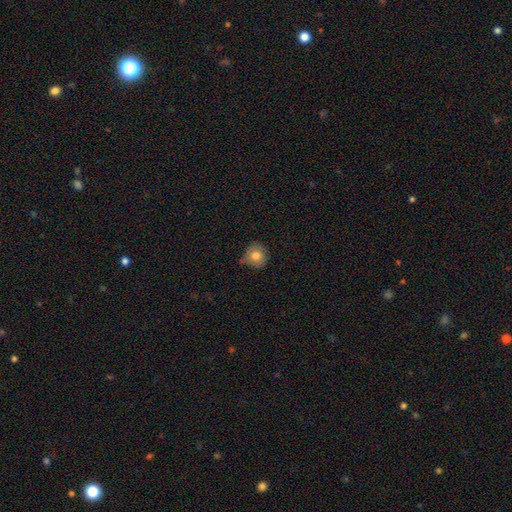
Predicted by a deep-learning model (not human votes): A smooth galaxy with no disk features (80%) that is round (88%). Merging: none (65%).